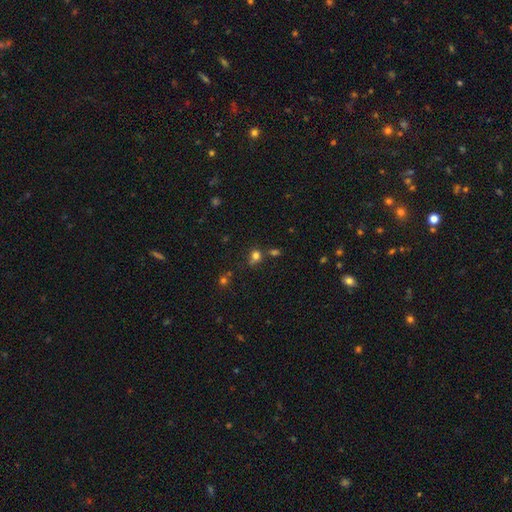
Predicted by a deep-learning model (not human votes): Overall: smooth (74%). How rounded: round (69%; in between 30%). Merging: none (55%; minor disturbance 19%).